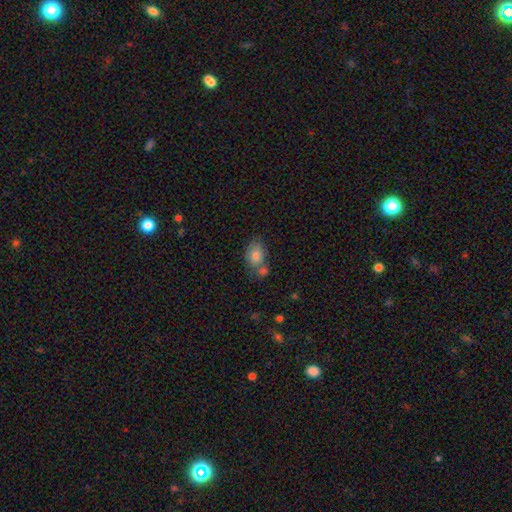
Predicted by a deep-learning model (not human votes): Morphology: type=smooth (80%); roundness=in between (79%); merging=none (46%).